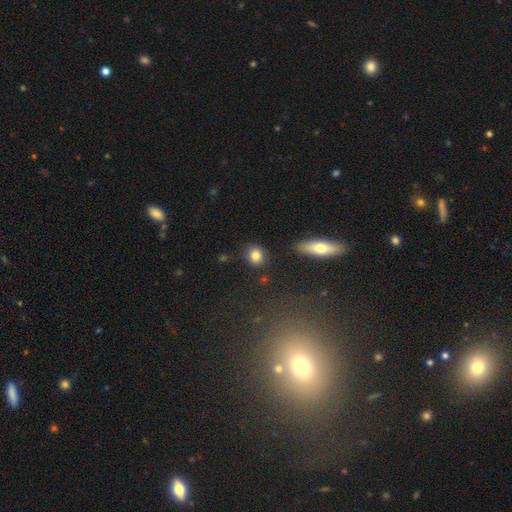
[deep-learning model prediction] smooth 83%, star or artifact 9%, featured or disk 8%. Down the decision tree: how rounded — round (74%); merging — none (85%).